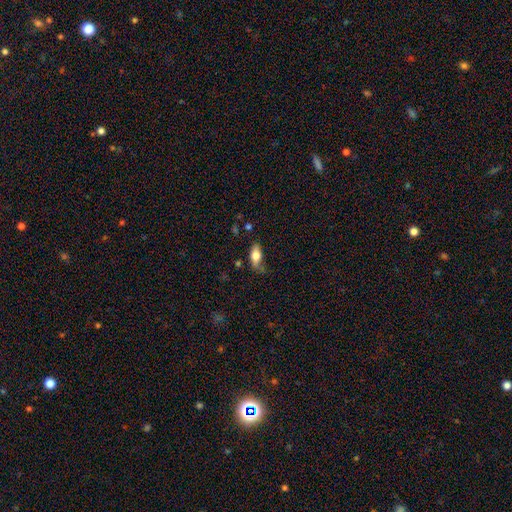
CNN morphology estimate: smooth-or-featured: smooth: 74% | featured or disk: 19% | star or artifact: 7%
  how-rounded: in between: 85% | cigar-shaped: 10% | round: 5%
  merging: none: 47% | minor disturbance: 34% | major disturbance: 16% | merger: 4%